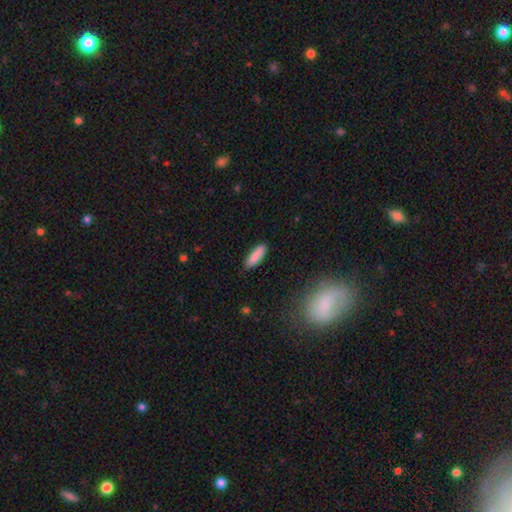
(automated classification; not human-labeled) Overall: smooth (87%). How rounded: cigar-shaped (50%; in between 48%). Merging: none (88%).